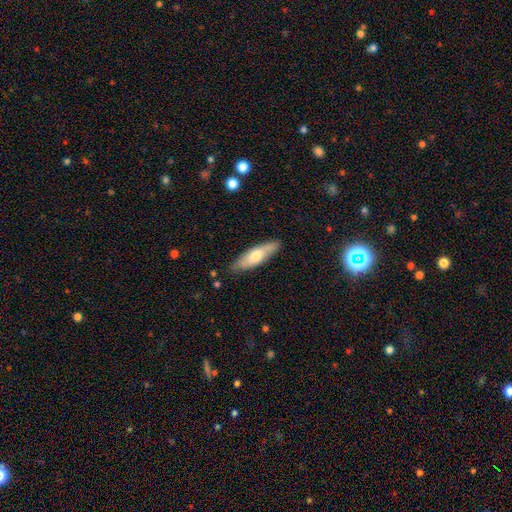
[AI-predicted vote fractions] A smooth galaxy with no disk features (61%) that is cigar-shaped (55%).

Vote fractions:
- Smooth or featured? smooth: 61% / featured or disk: 33% / star or artifact: 5%
- How rounded? cigar-shaped: 55% / in between: 43% / round: 2%
- Merging? none: 84% / minor disturbance: 13% / major disturbance: 2% / merger: 1%